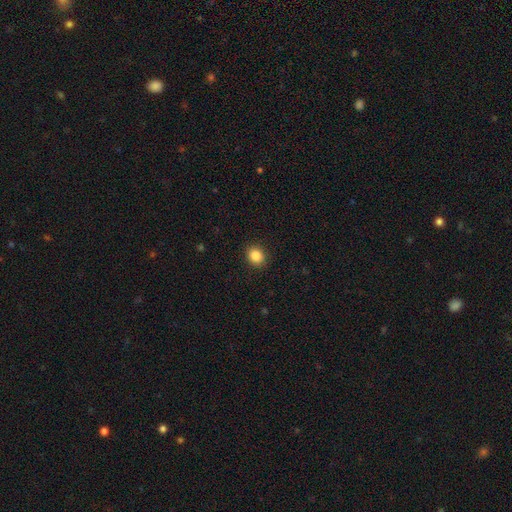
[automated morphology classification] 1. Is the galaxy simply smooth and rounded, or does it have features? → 85% smooth, 10% star or artifact, 5% featured or disk.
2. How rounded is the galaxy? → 70% round, 29% in between, 1% cigar-shaped.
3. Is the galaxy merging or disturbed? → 91% none, 6% minor disturbance, 2% major disturbance, 1% merger.